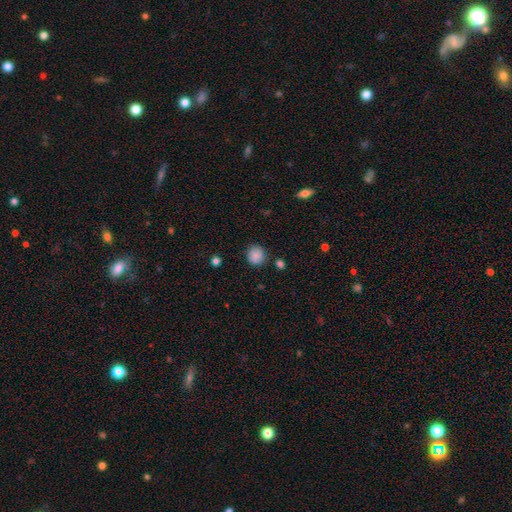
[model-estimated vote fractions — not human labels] A smooth galaxy with no disk features (86%) that is round (88%).

Vote fractions:
- Smooth or featured? smooth: 86% / star or artifact: 9% / featured or disk: 5%
- How rounded? round: 88% / in between: 11% / cigar-shaped: 1%
- Merging? none: 84% / minor disturbance: 10% / merger: 3% / major disturbance: 3%